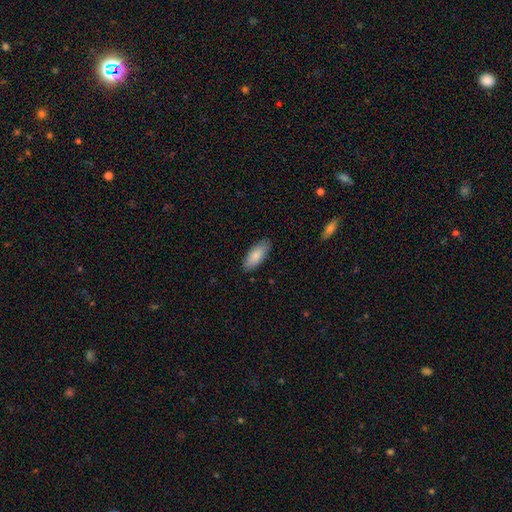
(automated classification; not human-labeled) The model was most divided on "how rounded": in between: 83%, cigar-shaped: 15%, round: 2%. More confident: smooth or featured — smooth (85%); merging — none (85%).